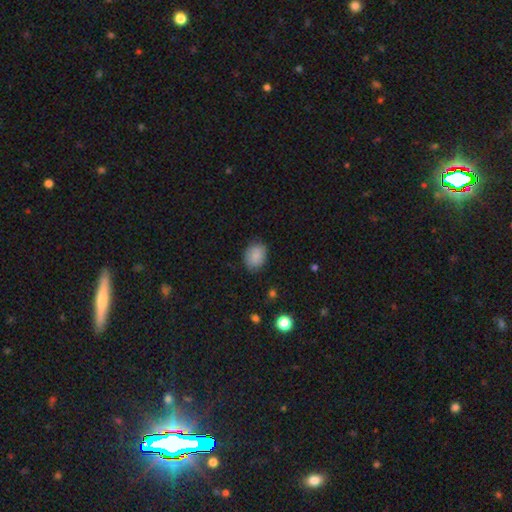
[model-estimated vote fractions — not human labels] smooth 83%, featured or disk 8%, star or artifact 8%. Down the decision tree: how rounded — in between (56%); merging — none (80%).